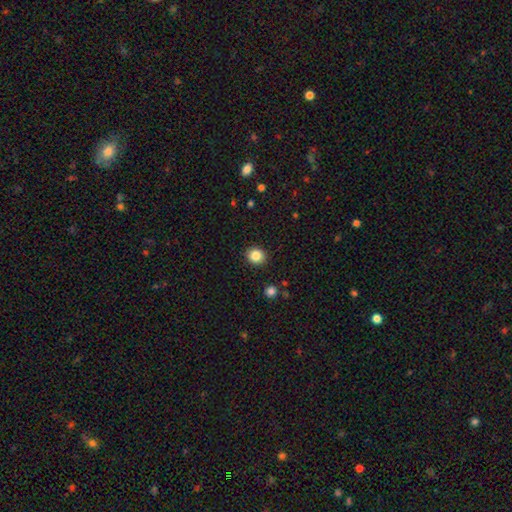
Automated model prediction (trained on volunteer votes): Morphology: type=smooth (85%); roundness=round (82%); merging=none (91%).